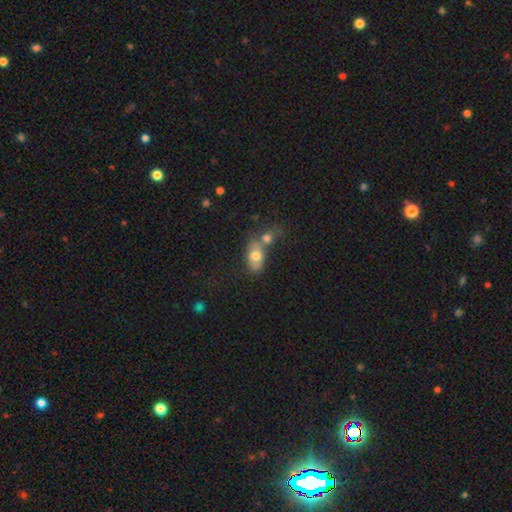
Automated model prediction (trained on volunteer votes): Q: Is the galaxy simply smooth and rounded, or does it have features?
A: smooth — 72%.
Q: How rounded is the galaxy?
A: in between — 83%.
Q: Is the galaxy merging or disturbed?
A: merger — 50%.